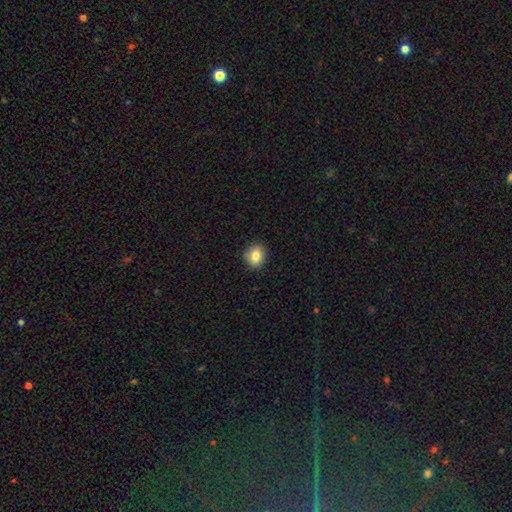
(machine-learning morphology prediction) Smooth or featured?
  - smooth: 82% *
  - star or artifact: 10%
  - featured or disk: 8%
How rounded?
  - round: 69% *
  - in between: 30%
  - cigar-shaped: 1%
Merging?
  - none: 87% *
  - minor disturbance: 10%
  - major disturbance: 2%
  - merger: 1%